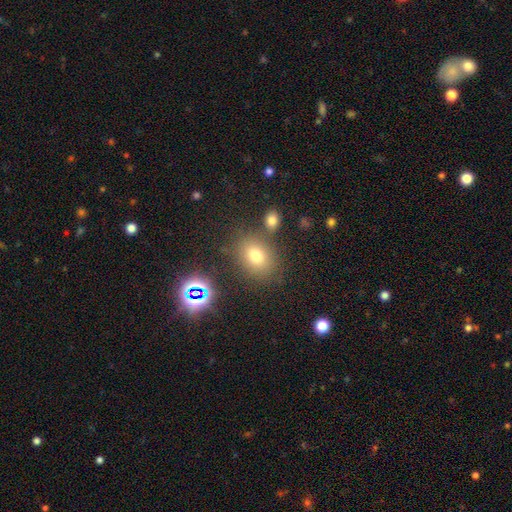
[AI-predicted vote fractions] Q: Smooth or featured?
A: smooth (69%); runner-up: star or artifact (20%)
Q: How rounded?
A: in between (55%); runner-up: round (44%)
Q: Merging?
A: none (76%); runner-up: minor disturbance (11%)